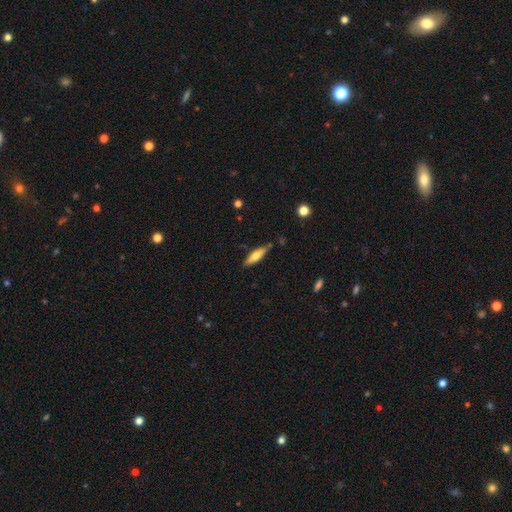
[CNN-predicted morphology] Smooth or featured? smooth (57%)
How rounded? cigar-shaped (65%)
Merging? none (77%)